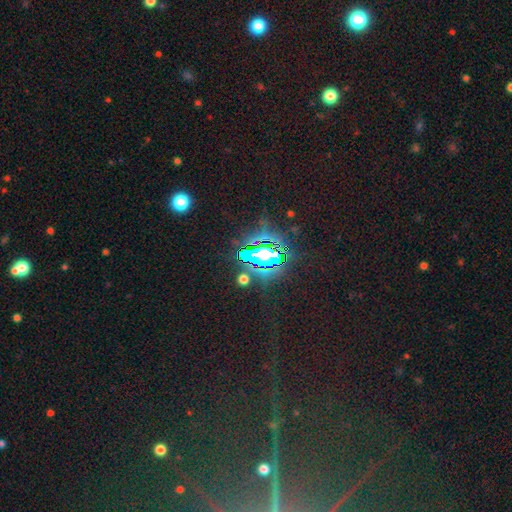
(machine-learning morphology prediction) A star or artifact, not a galaxy (84%).